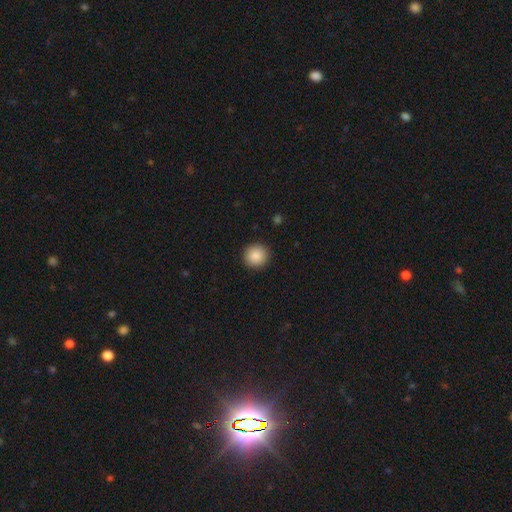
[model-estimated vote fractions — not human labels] This is clearly a smooth galaxy (88%). How rounded: clearly round (94%). Merging: clearly none (92%).